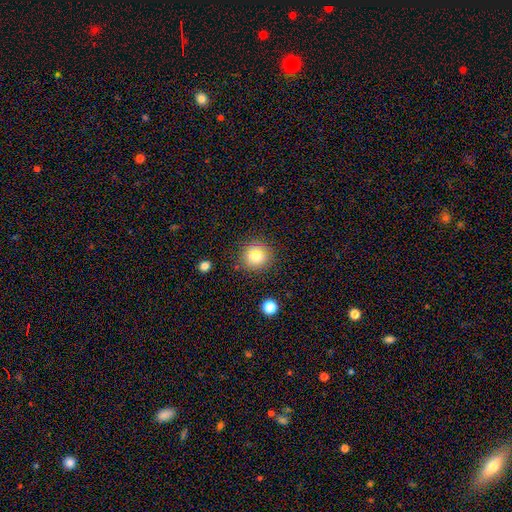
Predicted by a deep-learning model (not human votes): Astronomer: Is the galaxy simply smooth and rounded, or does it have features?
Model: smooth — 77%.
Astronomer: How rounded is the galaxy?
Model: round — 90%.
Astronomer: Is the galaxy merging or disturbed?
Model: none — 84%.